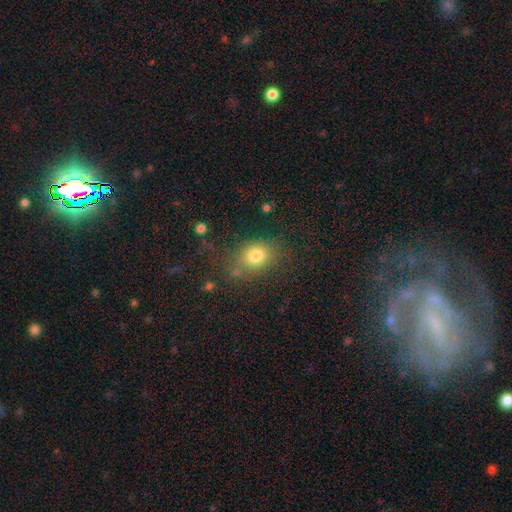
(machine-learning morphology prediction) smooth_or_featured: smooth (p=0.78) [alt: star or artifact p=0.13]
how_rounded: in between (p=0.52) [alt: round p=0.46]
merging: none (p=0.70) [alt: minor disturbance p=0.18]